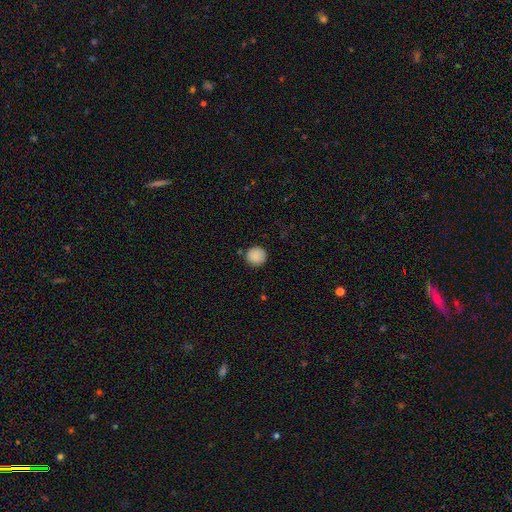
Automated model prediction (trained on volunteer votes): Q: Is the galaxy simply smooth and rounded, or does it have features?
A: smooth — 88%.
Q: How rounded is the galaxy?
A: round — 93%.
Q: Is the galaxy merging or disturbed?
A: none — 86%.